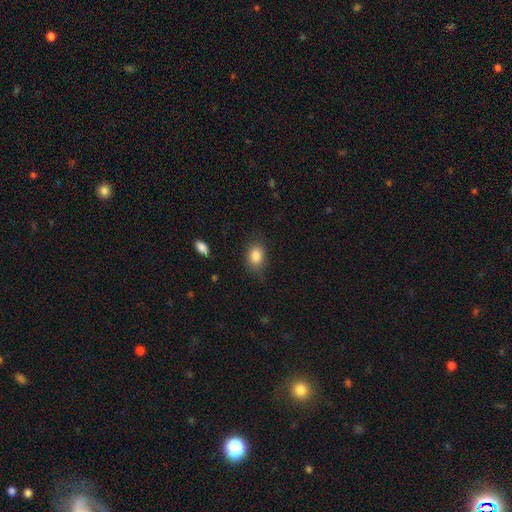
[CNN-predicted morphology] smooth-or-featured: smooth: 85% | star or artifact: 8% | featured or disk: 7%
  how-rounded: in between: 71% | round: 28% | cigar-shaped: 1%
  merging: none: 72% | minor disturbance: 21% | major disturbance: 6% | merger: 1%